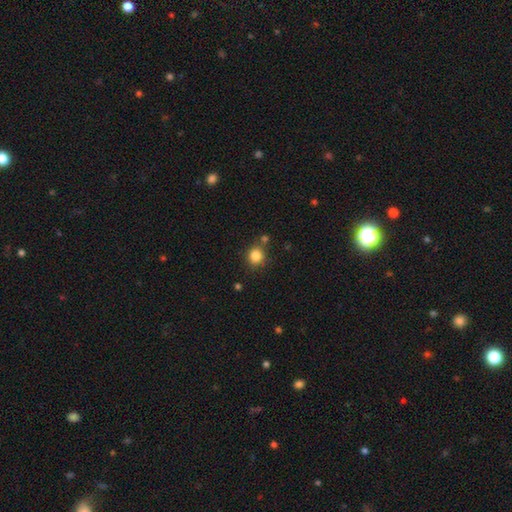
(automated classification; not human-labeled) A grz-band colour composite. It shows a smooth galaxy with no disk features (84%) that is round (86%). Merging: none (75%).